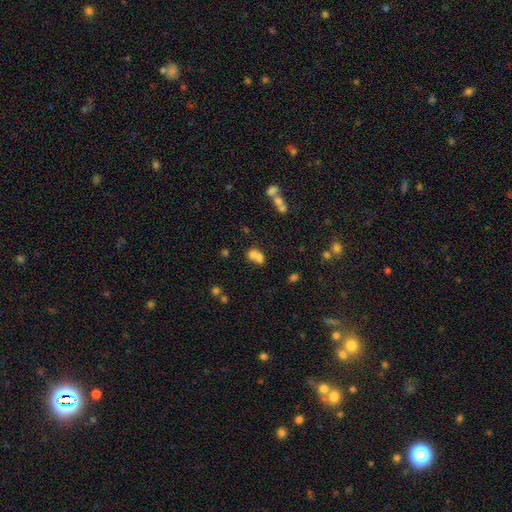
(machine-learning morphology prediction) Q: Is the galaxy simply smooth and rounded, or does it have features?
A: smooth — 67%.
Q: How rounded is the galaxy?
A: round — 53%.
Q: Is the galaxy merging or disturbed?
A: merger — 64%.